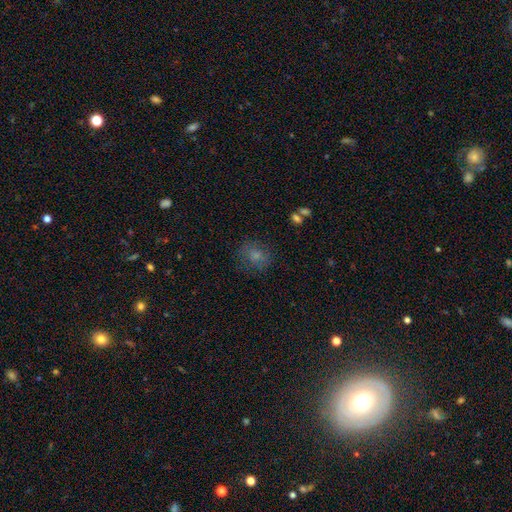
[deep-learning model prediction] Q: Smooth or featured?
A: smooth (72%); runner-up: star or artifact (14%)
Q: How rounded?
A: round (64%); runner-up: in between (35%)
Q: Merging?
A: none (72%); runner-up: minor disturbance (18%)